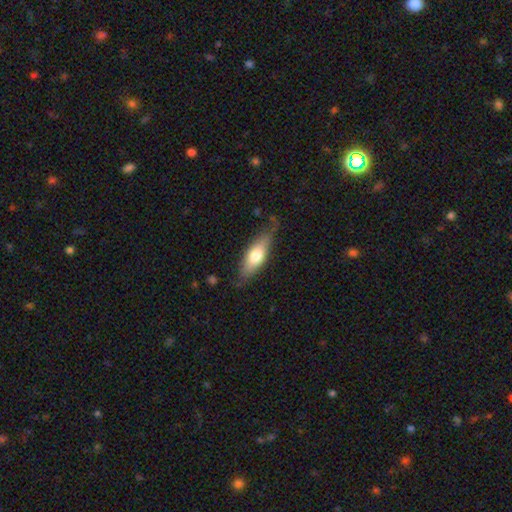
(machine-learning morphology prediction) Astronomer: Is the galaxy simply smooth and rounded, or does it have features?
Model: smooth — 66%.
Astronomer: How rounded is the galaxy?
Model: in between — 64%.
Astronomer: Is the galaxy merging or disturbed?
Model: none — 73%.